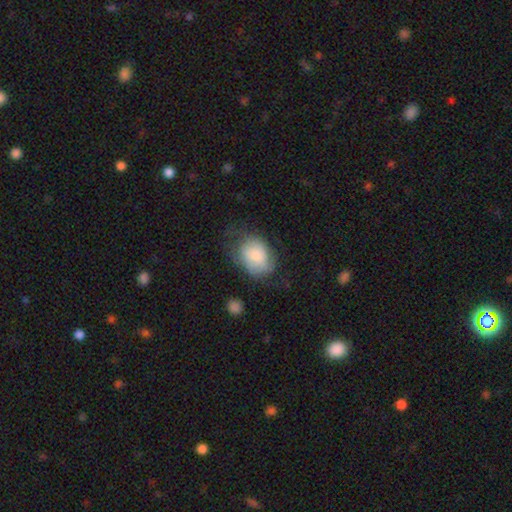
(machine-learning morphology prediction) This is likely a smooth galaxy (68%). How rounded: likely in between (65%). Merging: marginally none (45%).